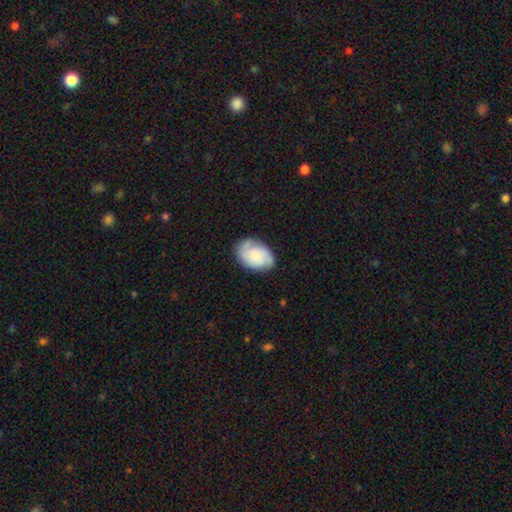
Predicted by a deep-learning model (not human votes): Q: Smooth or featured?
A: featured or disk (50%); runner-up: smooth (43%)
Q: Edge-on disk?
A: no (97%); runner-up: yes (3%)
Q: Merging?
A: none (72%); runner-up: minor disturbance (21%)